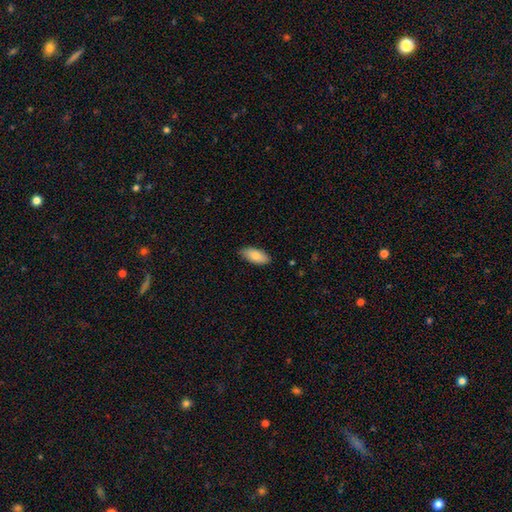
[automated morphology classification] Smooth or featured? Predicted: smooth (p=0.86). How rounded? Predicted: in between (p=0.87). Merging? Predicted: none (p=0.85).